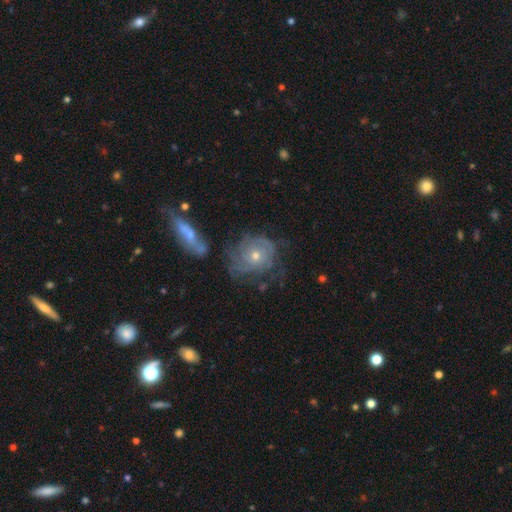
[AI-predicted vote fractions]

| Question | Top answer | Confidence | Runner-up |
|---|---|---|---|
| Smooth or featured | featured or disk | 70% | smooth (20%) |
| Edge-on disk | no | 95% | yes (5%) |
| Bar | no | 83% | weak (13%) |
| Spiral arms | yes | 79% | no (21%) |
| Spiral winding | tight | 65% | medium (24%) |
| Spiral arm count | can't tell | 53% | 3 (15%) |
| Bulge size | small | 51% | moderate (45%) |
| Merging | none | 54% | minor disturbance (21%) |